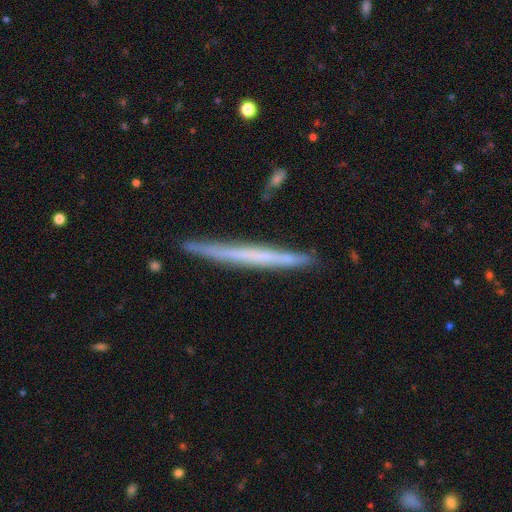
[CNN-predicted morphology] This appears to be a featured or disk galaxy (52%) viewed edge-on (97%) with no central bulge (91%). Merging: none (88%).